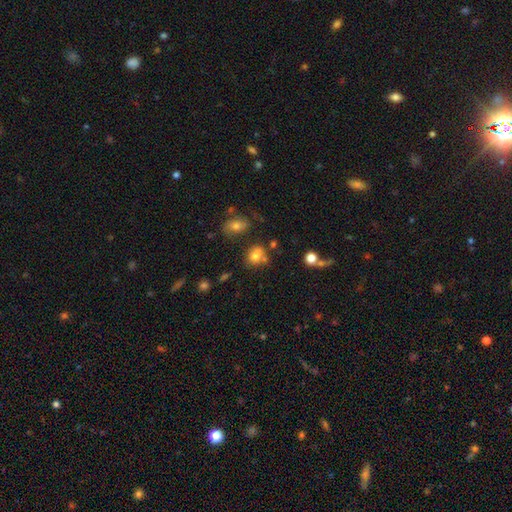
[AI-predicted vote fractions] smooth 73%, star or artifact 14%, featured or disk 13%. Down the decision tree: how rounded — round (63%); merging — none (51%).